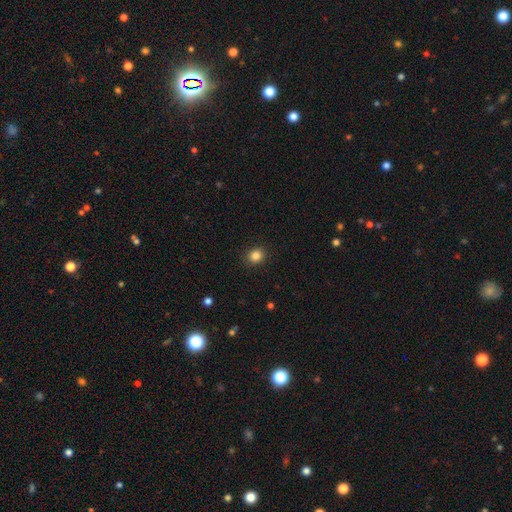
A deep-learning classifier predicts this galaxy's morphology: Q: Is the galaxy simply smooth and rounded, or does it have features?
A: smooth — 85%.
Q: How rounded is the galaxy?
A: round — 79%.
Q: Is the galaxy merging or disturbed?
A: none — 90%.